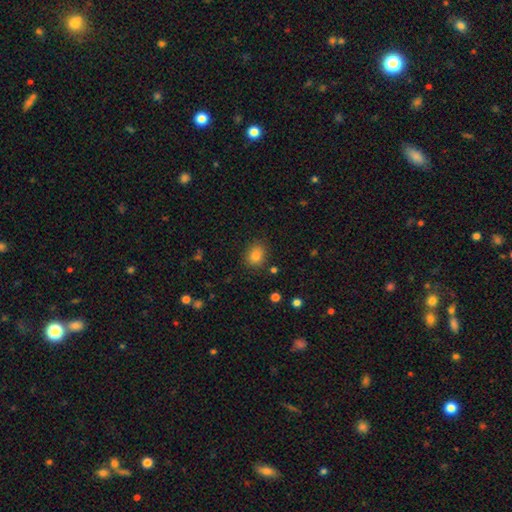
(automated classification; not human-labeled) A smooth galaxy with no disk features (83%) that is round (57%).

Vote fractions:
- Smooth or featured? smooth: 83% / star or artifact: 11% / featured or disk: 6%
- How rounded? round: 57% / in between: 42% / cigar-shaped: 1%
- Merging? none: 83% / minor disturbance: 11% / major disturbance: 3% / merger: 2%